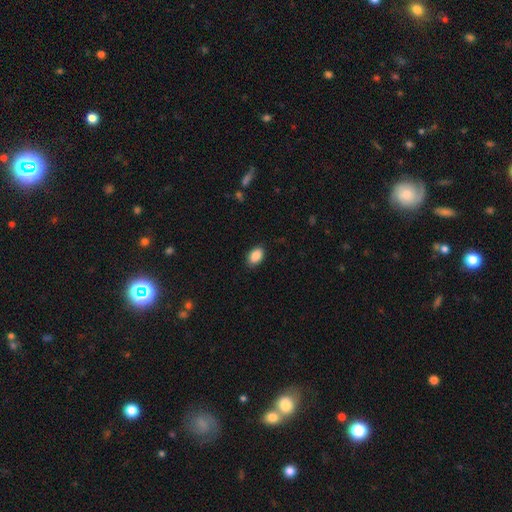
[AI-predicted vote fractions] A smooth galaxy with no disk features (89%) that is in between round and cigar-shaped (89%).

Vote fractions:
- Smooth or featured? smooth: 89% / star or artifact: 7% / featured or disk: 4%
- How rounded? in between: 89% / round: 9% / cigar-shaped: 1%
- Merging? none: 86% / minor disturbance: 11% / major disturbance: 2% / merger: 1%